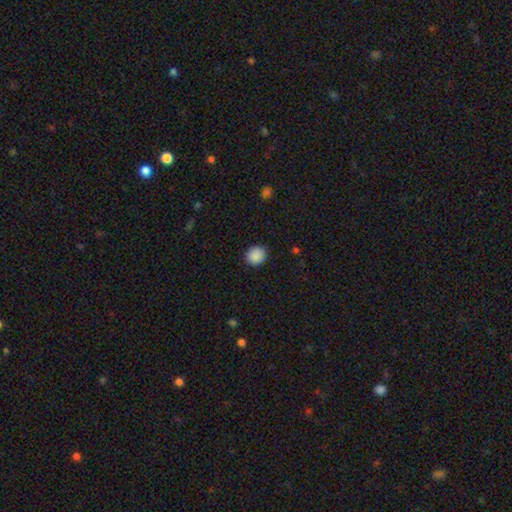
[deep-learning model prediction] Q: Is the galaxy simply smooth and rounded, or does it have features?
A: smooth — 88%.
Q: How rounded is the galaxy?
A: round — 89%.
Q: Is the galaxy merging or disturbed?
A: none — 90%.